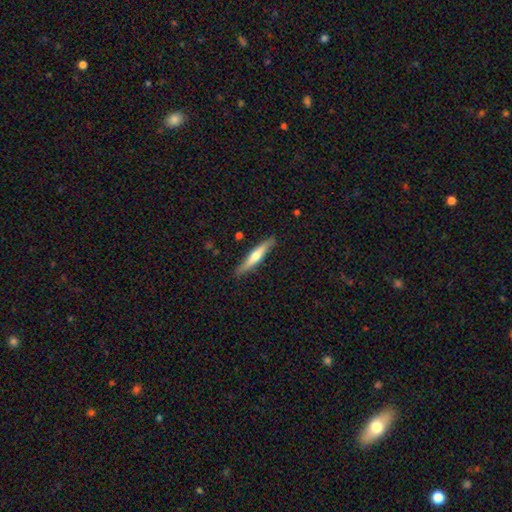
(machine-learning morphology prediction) type=featured or disk (48%); merging=none (86%).